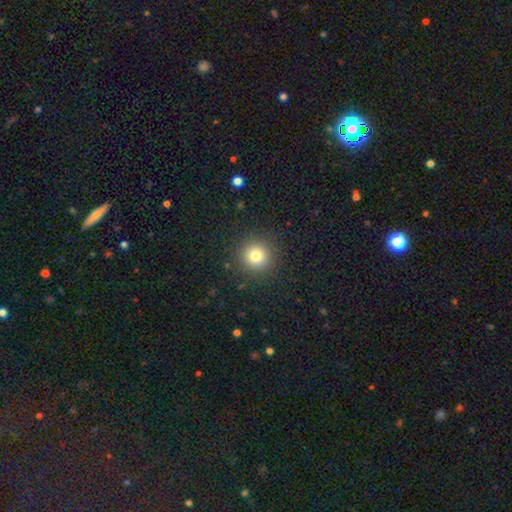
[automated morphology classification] smooth 79%, star or artifact 14%, featured or disk 7%. Down the decision tree: how rounded — round (95%); merging — none (90%).